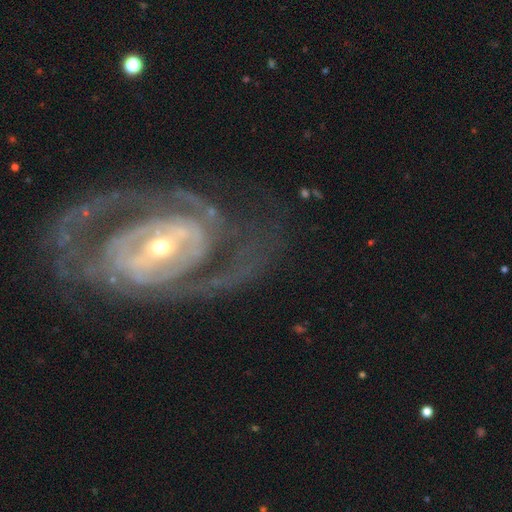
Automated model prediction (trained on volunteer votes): featured or disk 88%, smooth 6%, star or artifact 6%. Down the decision tree: edge-on disk — no (95%); bar — strong (43%); spiral arms — yes (89%); spiral arm count — 2 (52%); spiral winding — tight (52%); bulge size — small (57%); merging — none (69%).